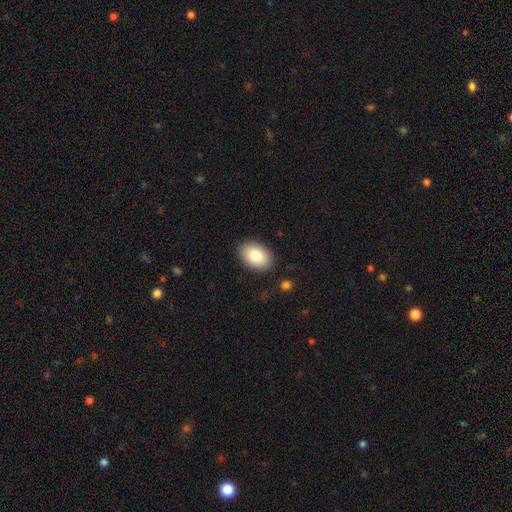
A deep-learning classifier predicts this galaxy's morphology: Smooth or featured? Predicted: smooth (p=0.85). How rounded? Predicted: in between (p=0.86). Merging? Predicted: none (p=0.87).